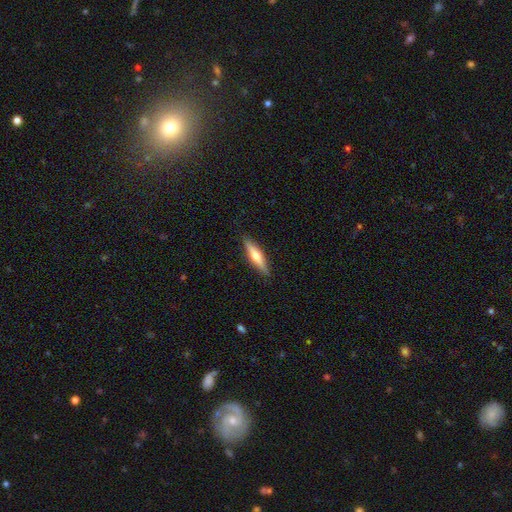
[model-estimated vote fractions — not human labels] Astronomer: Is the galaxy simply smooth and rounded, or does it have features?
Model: featured or disk — 51% (runner-up: smooth, 44%).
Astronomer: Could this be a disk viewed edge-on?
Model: yes — 93%.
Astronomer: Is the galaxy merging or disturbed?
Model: none — 89%.